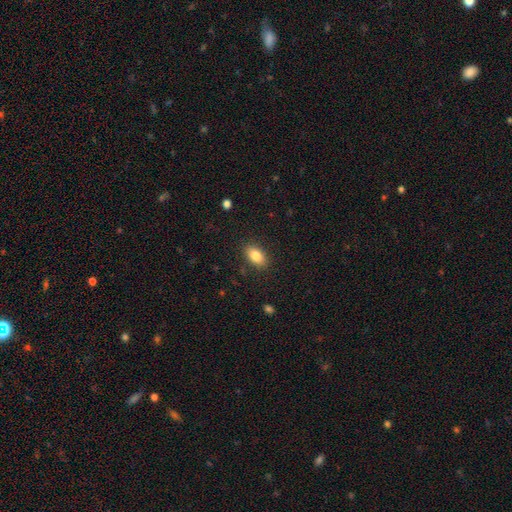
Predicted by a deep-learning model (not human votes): This appears to be a smooth galaxy with no disk features (85%) that is in between round and cigar-shaped (91%). Merging: none (87%).